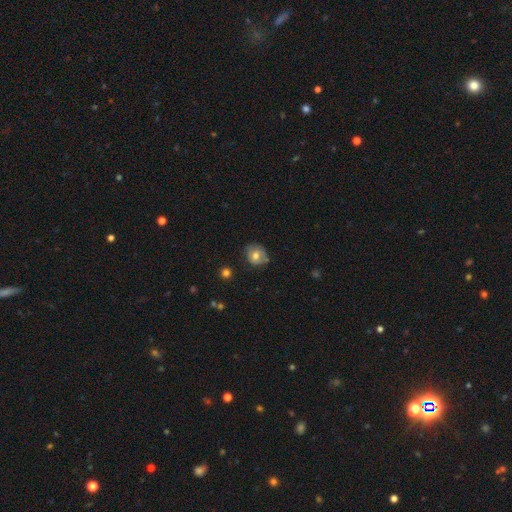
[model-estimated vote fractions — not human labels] This appears to be a smooth galaxy with no disk features (70%) that is round (75%). Merging: none (71%).